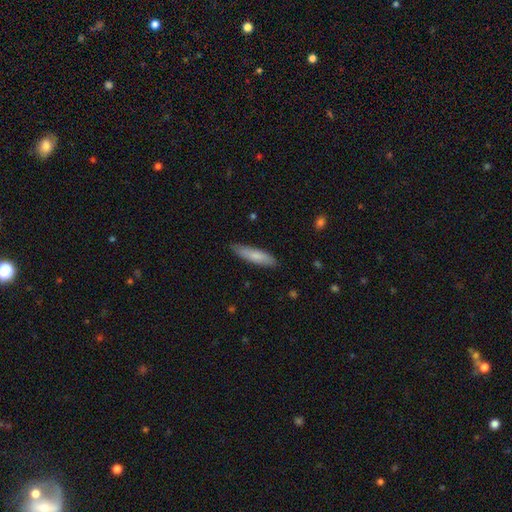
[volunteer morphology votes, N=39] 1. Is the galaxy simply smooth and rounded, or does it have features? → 74% smooth, 26% featured or disk, 0% star or artifact.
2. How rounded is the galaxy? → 62% cigar-shaped, 38% in between, 0% round.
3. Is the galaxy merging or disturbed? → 74% none, 18% minor disturbance, 5% major disturbance, 3% merger.